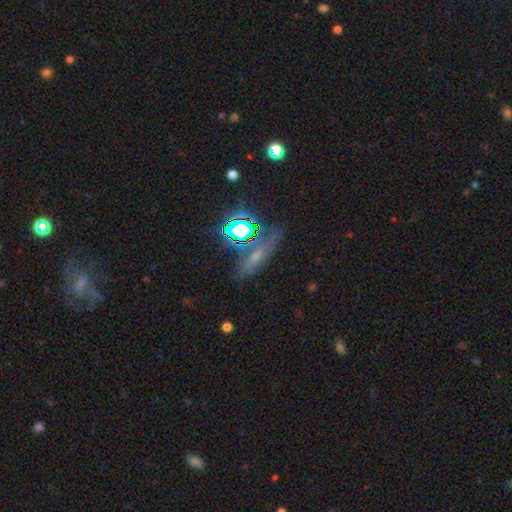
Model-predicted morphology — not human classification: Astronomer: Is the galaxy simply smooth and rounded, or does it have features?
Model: smooth — 37%, tied with star or artifact at 37%.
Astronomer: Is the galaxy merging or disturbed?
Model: none — 78%.